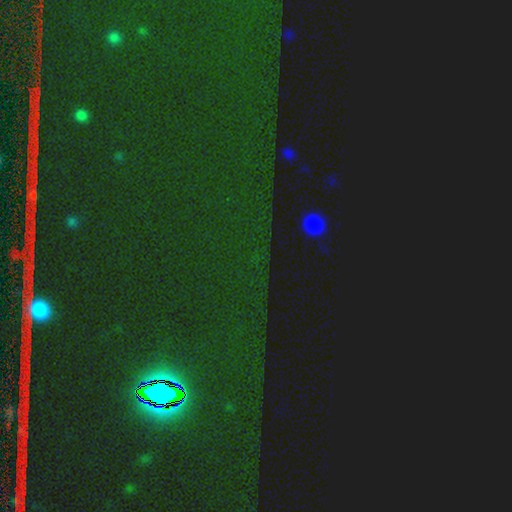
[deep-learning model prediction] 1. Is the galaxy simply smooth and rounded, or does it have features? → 86% star or artifact, 8% smooth, 6% featured or disk.